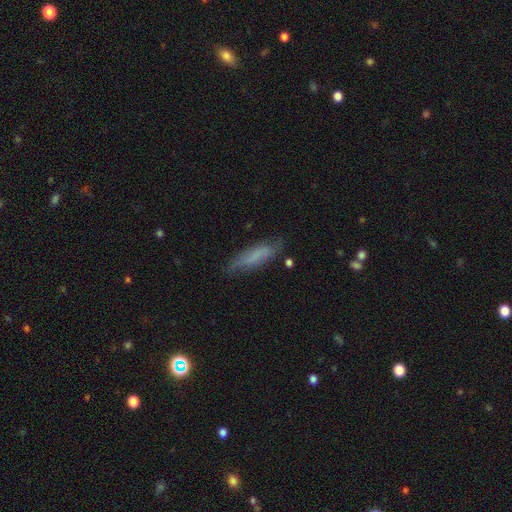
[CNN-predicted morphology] This appears to be a smooth galaxy with no disk features (65%) that is cigar-shaped (70%). Merging: none (70%).